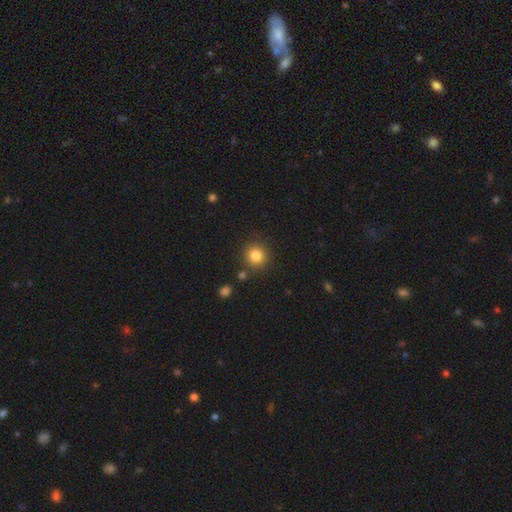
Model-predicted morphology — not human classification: Smooth or featured?
  - smooth: 83% *
  - star or artifact: 11%
  - featured or disk: 5%
How rounded?
  - round: 91% *
  - in between: 8%
  - cigar-shaped: 1%
Merging?
  - none: 85% *
  - minor disturbance: 8%
  - merger: 5%
  - major disturbance: 3%